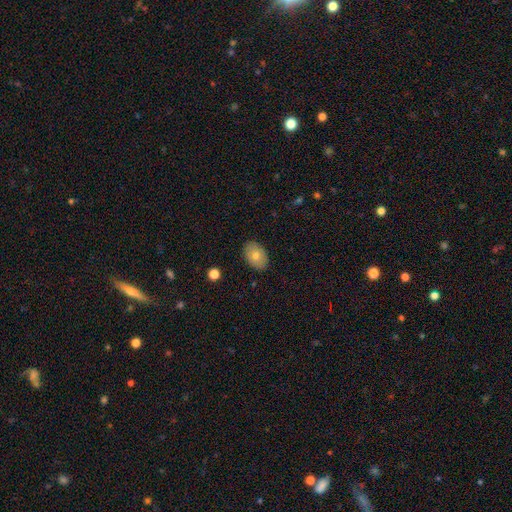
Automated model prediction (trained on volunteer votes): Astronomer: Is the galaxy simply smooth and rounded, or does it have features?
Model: smooth — 75%.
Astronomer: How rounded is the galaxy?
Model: in between — 86%.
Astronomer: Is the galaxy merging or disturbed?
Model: none — 87%.